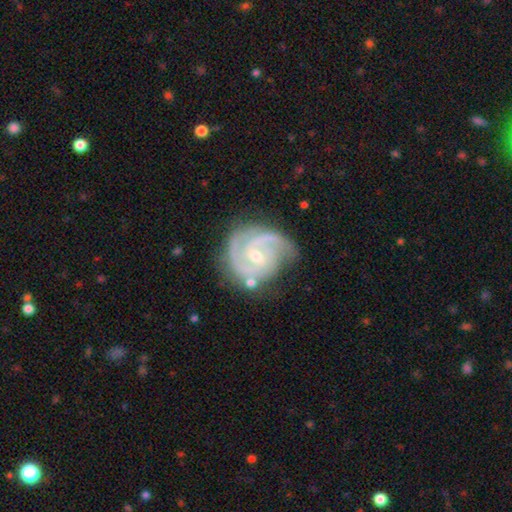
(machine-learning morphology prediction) Smooth or featured? Predicted: featured or disk (p=0.91). Edge-on disk? Predicted: no (p=0.98). Bar? Predicted: weak (p=0.46). Spiral arms? Predicted: yes (p=0.98). Spiral winding? Predicted: tight (p=0.49). Spiral arm count? Predicted: 2 (p=0.47). Bulge size? Predicted: small (p=0.55). Merging? Predicted: none (p=0.66).